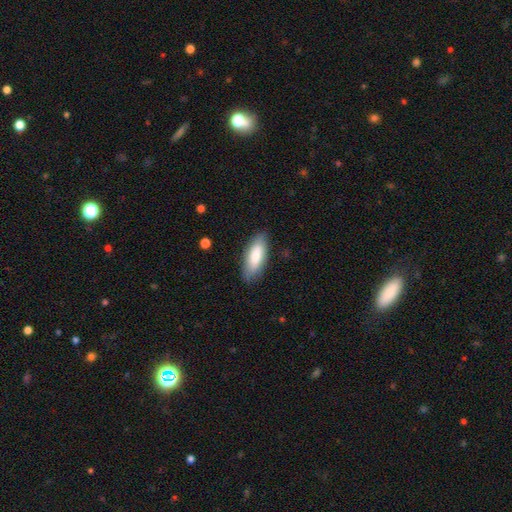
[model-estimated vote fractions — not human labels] Overall: smooth (81%). How rounded: in between (70%). Merging: none (84%).